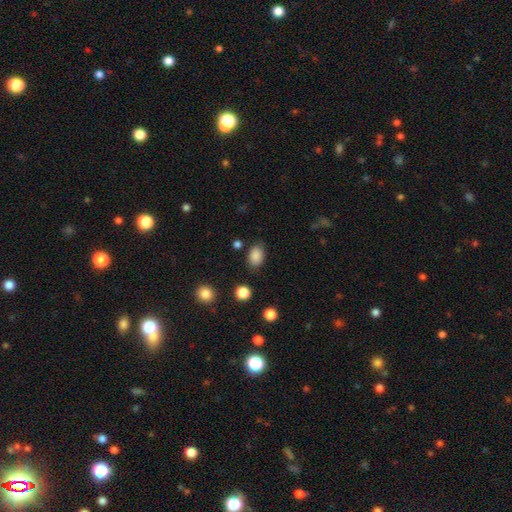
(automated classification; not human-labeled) Overall: smooth (87%). How rounded: in between (83%). Merging: none (82%).